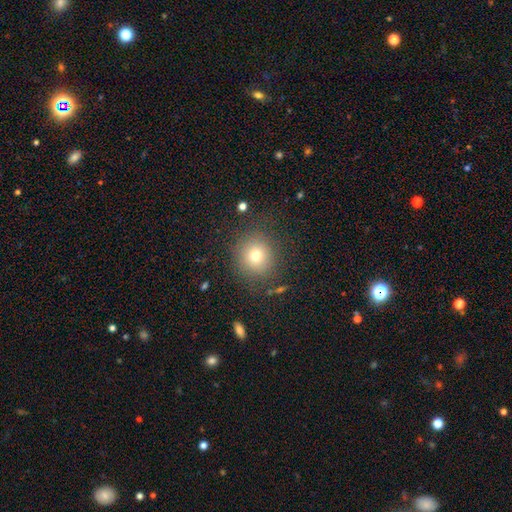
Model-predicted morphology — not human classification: Smooth or featured? smooth (74%)
How rounded? round (91%)
Merging? none (85%)